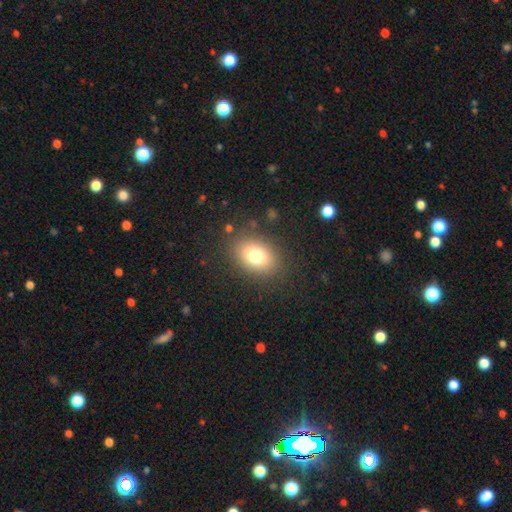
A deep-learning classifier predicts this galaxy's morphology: smooth 76%, featured or disk 12%, star or artifact 11%. Down the decision tree: how rounded — in between (69%); merging — none (84%).